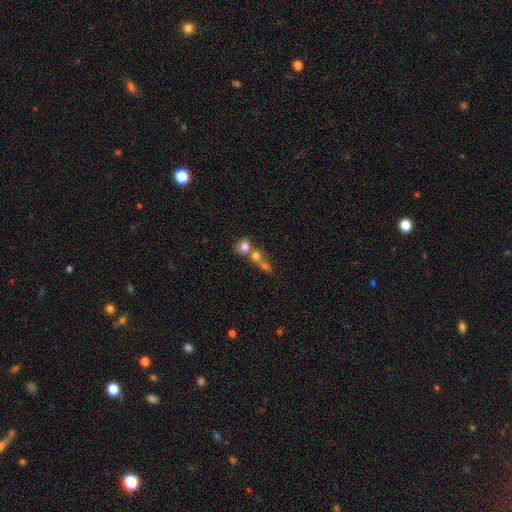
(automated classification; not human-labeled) Smooth or featured? smooth (71%)
How rounded? round (65%)
Merging? merger (64%)